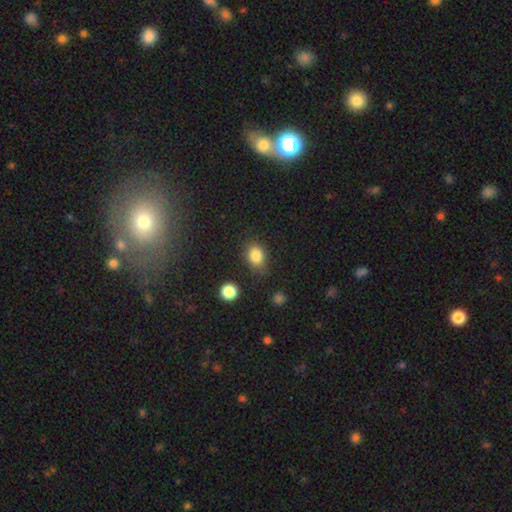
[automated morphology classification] Smooth or featured? Predicted: smooth (p=0.84). How rounded? Predicted: in between (p=0.57). Merging? Predicted: none (p=0.72).